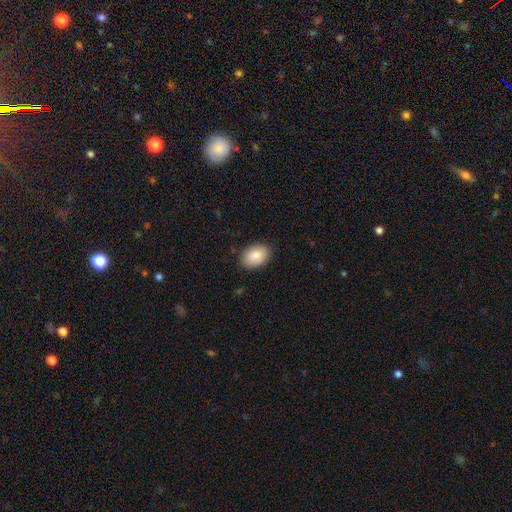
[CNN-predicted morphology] smooth-or-featured: smooth: 85% | featured or disk: 8% | star or artifact: 7%
  how-rounded: in between: 85% | round: 14% | cigar-shaped: 1%
  merging: none: 87% | minor disturbance: 10% | major disturbance: 2% | merger: 1%